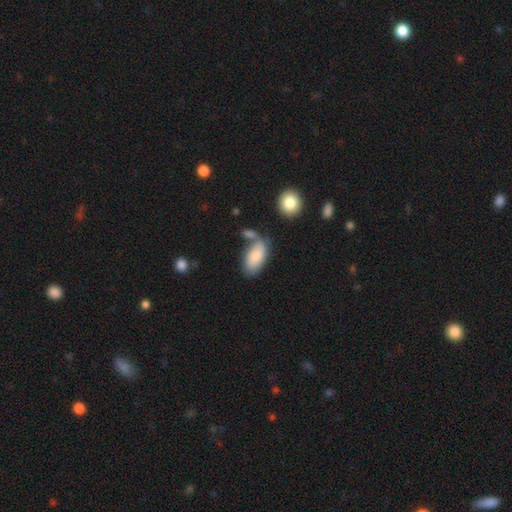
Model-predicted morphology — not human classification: smooth 81%, featured or disk 13%, star or artifact 6%. Down the decision tree: how rounded — in between (92%); merging — none (53%).